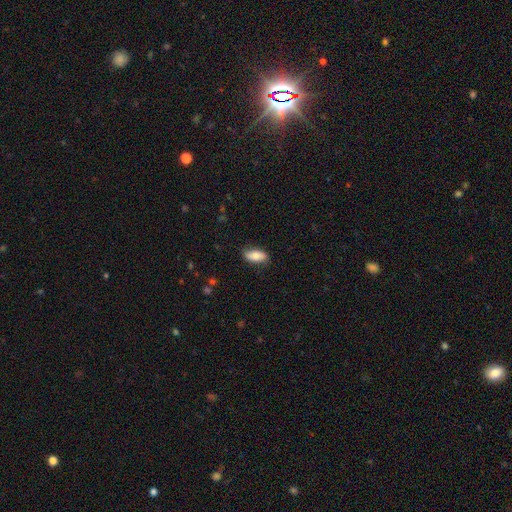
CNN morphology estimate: Smooth or featured? smooth (75%)
How rounded? in between (87%)
Merging? none (82%)